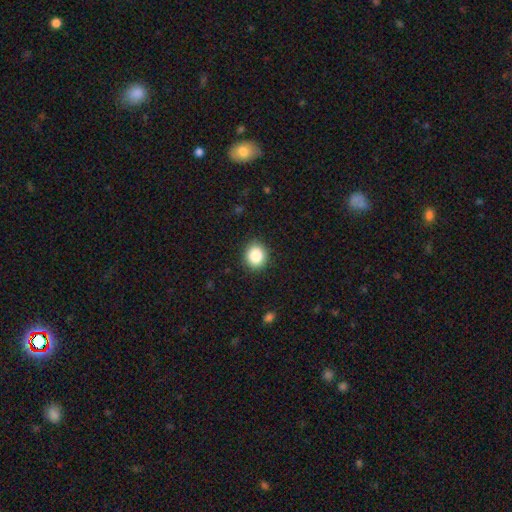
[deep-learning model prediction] Smooth or featured: smooth — 85% (star or artifact — 10%)
How rounded: round — 79% (in between — 20%)
Merging: none — 90% (minor disturbance — 7%)